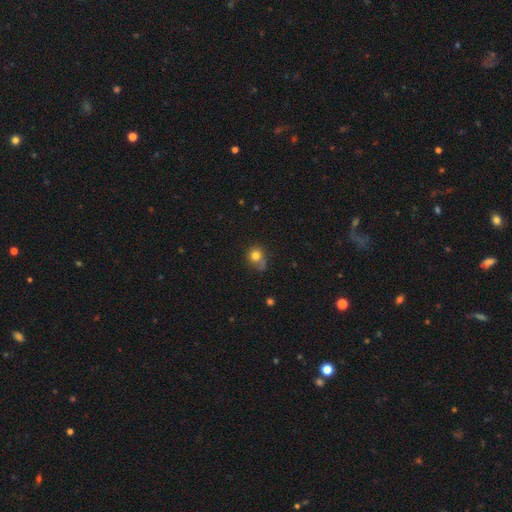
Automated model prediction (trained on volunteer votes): Overall: smooth (79%). How rounded: round (81%). Merging: none (53%; minor disturbance 25%).